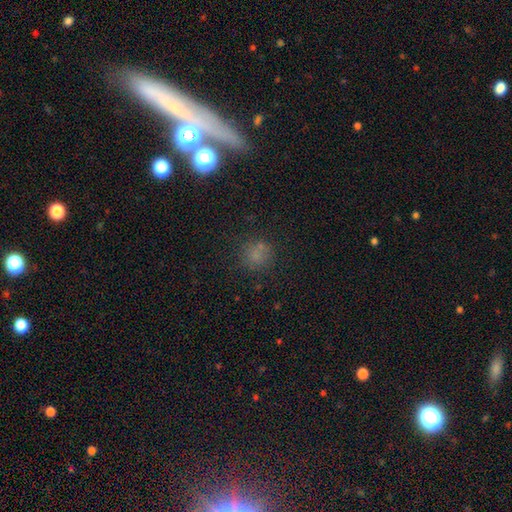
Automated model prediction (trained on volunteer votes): A smooth galaxy with no disk features (62%) that is round (88%). Merging: none (74%).